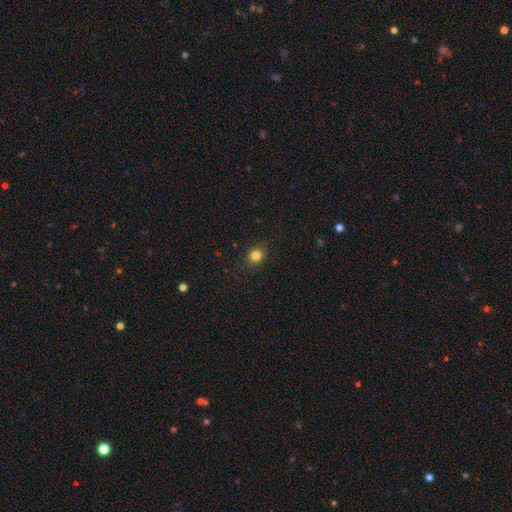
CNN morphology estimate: Overall: smooth (82%). How rounded: round (80%). Merging: none (88%).